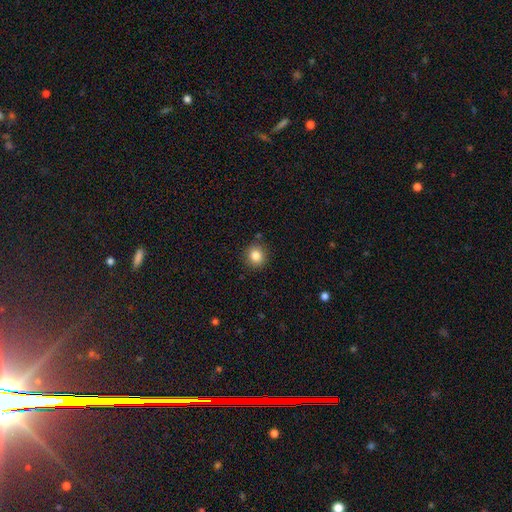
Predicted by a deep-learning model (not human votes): A smooth galaxy with no disk features (83%) that is round (89%).

Vote fractions:
- Smooth or featured? smooth: 83% / star or artifact: 11% / featured or disk: 6%
- How rounded? round: 89% / in between: 10% / cigar-shaped: 1%
- Merging? none: 88% / minor disturbance: 8% / major disturbance: 2% / merger: 2%